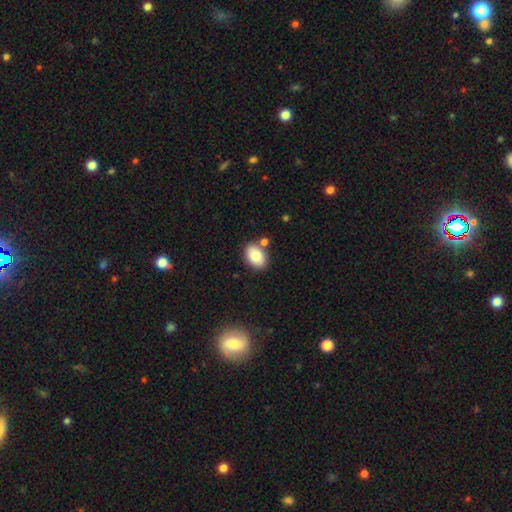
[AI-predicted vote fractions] Smooth or featured? smooth (82%)
How rounded? in between (83%)
Merging? none (75%)